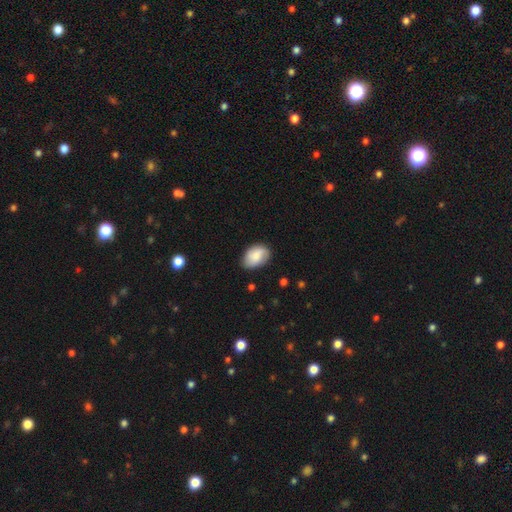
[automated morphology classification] Smooth or featured? Predicted: smooth (p=0.71). How rounded? Predicted: in between (p=0.85). Merging? Predicted: none (p=0.74).